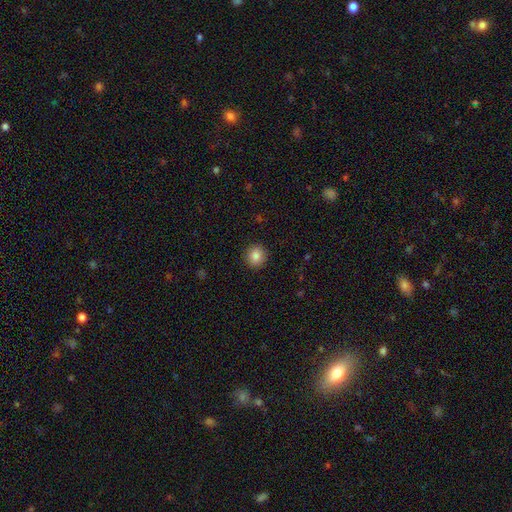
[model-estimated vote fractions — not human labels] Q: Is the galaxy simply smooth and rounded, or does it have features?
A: smooth — 84%.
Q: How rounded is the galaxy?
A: round — 90%.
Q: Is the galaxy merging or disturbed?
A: none — 92%.